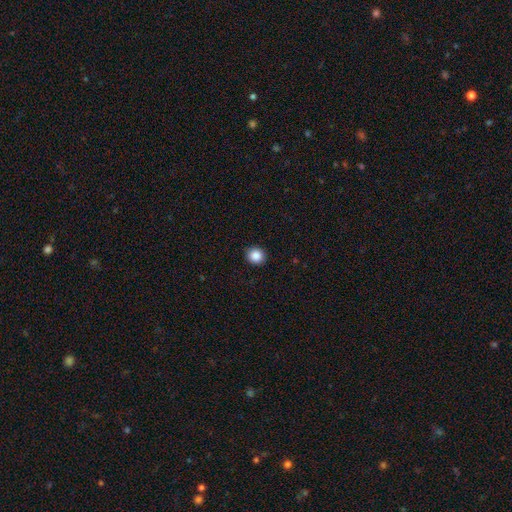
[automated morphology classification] Q: Smooth or featured?
A: smooth (88%); runner-up: star or artifact (9%)
Q: How rounded?
A: round (87%); runner-up: in between (12%)
Q: Merging?
A: none (92%); runner-up: minor disturbance (5%)